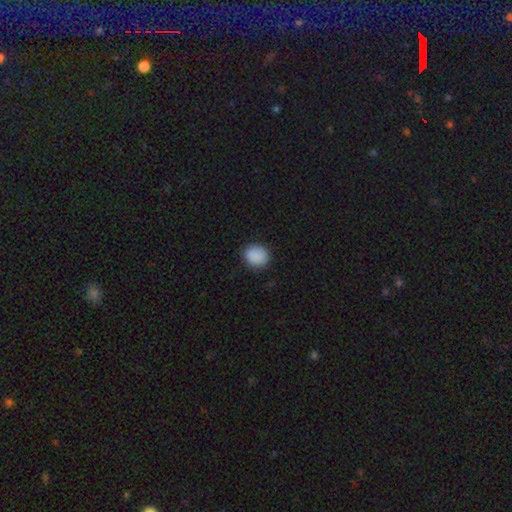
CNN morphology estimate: A smooth galaxy with no disk features (88%) that is round (73%). Merging: none (85%).